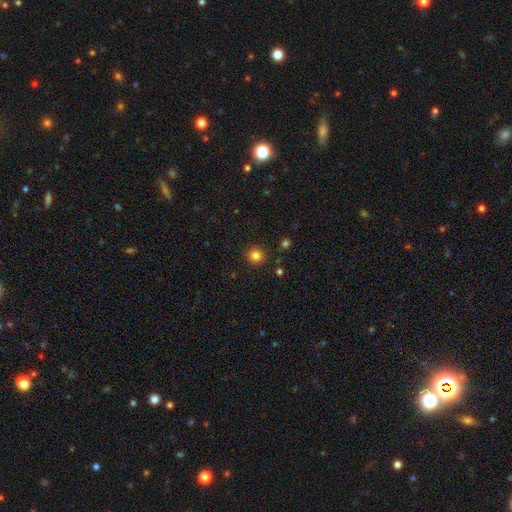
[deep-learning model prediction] This appears to be a smooth galaxy with no disk features (83%) that is round (93%). Merging: none (90%).